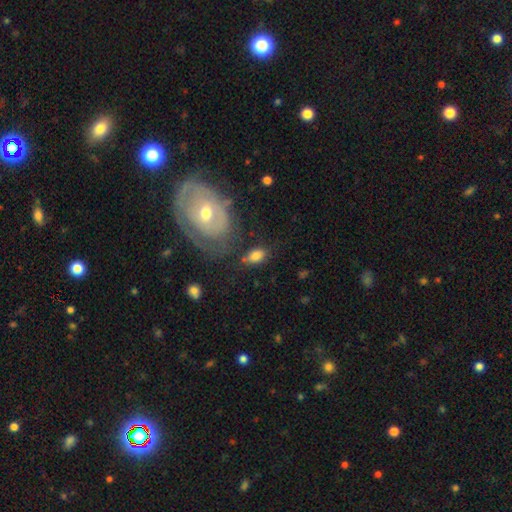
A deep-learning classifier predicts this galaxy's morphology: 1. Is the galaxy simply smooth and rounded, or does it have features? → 78% smooth, 14% featured or disk, 8% star or artifact.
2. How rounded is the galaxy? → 87% in between, 10% round, 3% cigar-shaped.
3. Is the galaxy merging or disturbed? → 64% none, 18% minor disturbance, 9% major disturbance, 9% merger.